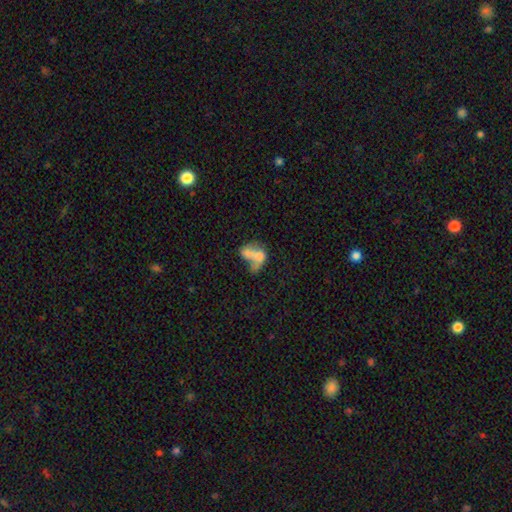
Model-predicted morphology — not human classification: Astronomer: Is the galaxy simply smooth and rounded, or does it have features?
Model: smooth — 55% (runner-up: featured or disk, 33%).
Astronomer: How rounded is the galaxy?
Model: in between — 77%.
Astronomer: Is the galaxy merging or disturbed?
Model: merger — 58%.